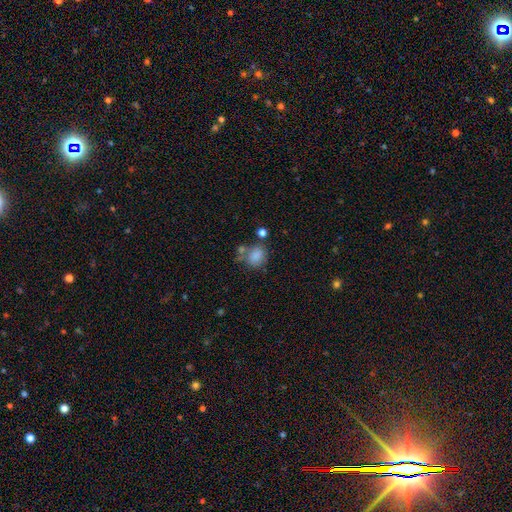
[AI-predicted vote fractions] A smooth galaxy with no disk features (81%) that is round (56%). Merging: none (52%).